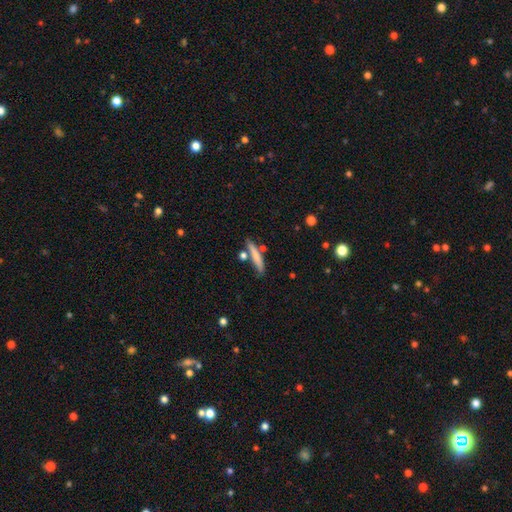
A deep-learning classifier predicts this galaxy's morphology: The model was most divided on "smooth or featured": smooth: 74%, featured or disk: 20%, star or artifact: 6%. More confident: how rounded — cigar-shaped (90%); merging — none (71%).